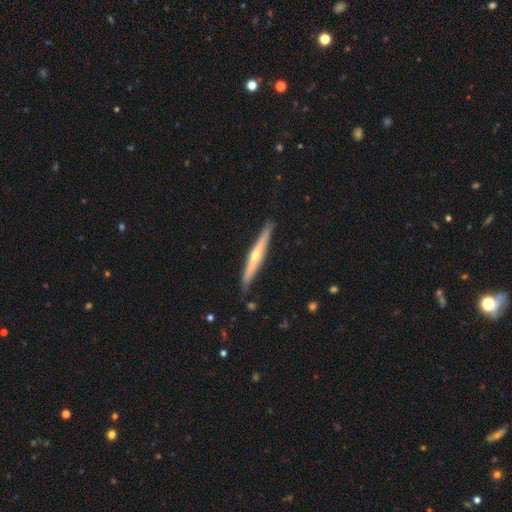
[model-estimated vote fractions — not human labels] featured or disk 69%, smooth 26%, star or artifact 5%. Down the decision tree: edge-on disk — yes (96%); edge-on bulge — rounded (84%); merging — none (89%).